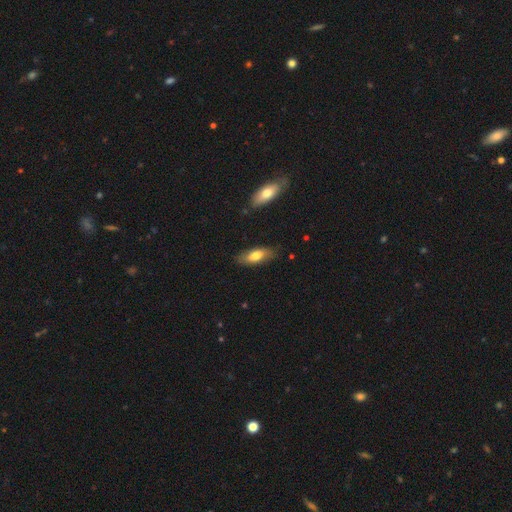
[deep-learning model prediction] Overall: smooth (72%). How rounded: in between (75%). Merging: none (82%).